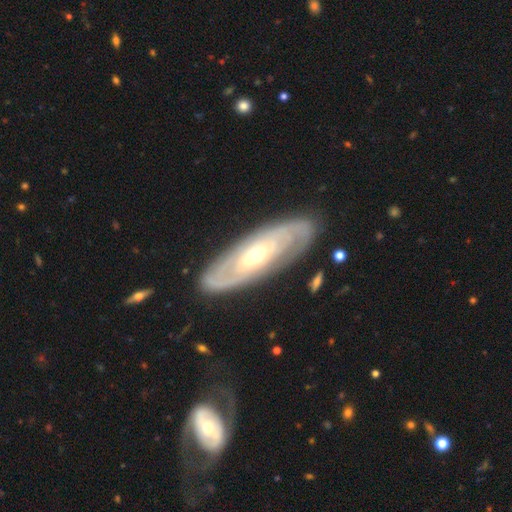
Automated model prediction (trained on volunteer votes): A featured or disk galaxy (80%) with no bar (65%), 2 (54%) tight (63%) spiral arms (87%) and a small central bulge (51%). Merging: none (84%).